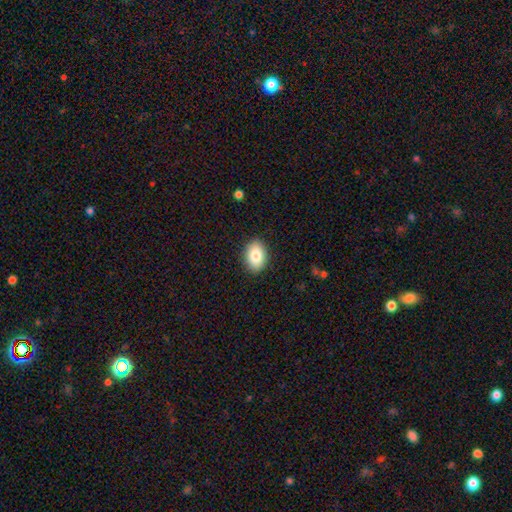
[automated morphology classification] A smooth galaxy with no disk features (84%) that is in between round and cigar-shaped (83%).

Vote fractions:
- Smooth or featured? smooth: 84% / featured or disk: 9% / star or artifact: 7%
- How rounded? in between: 83% / round: 16% / cigar-shaped: 1%
- Merging? none: 89% / minor disturbance: 8% / major disturbance: 2% / merger: 1%